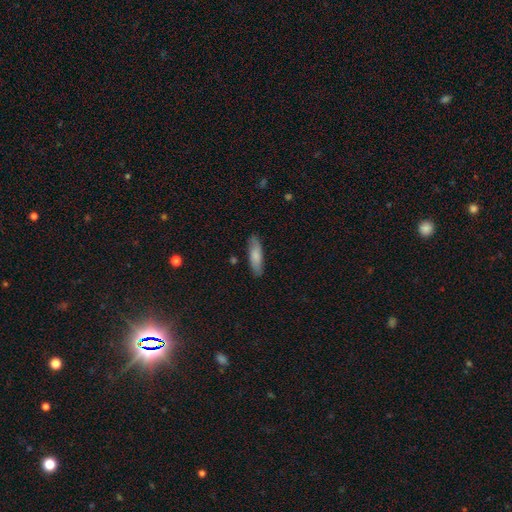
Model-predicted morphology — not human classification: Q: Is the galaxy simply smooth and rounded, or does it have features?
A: smooth — 77%.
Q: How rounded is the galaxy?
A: cigar-shaped — 52%.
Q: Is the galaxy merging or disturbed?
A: none — 83%.